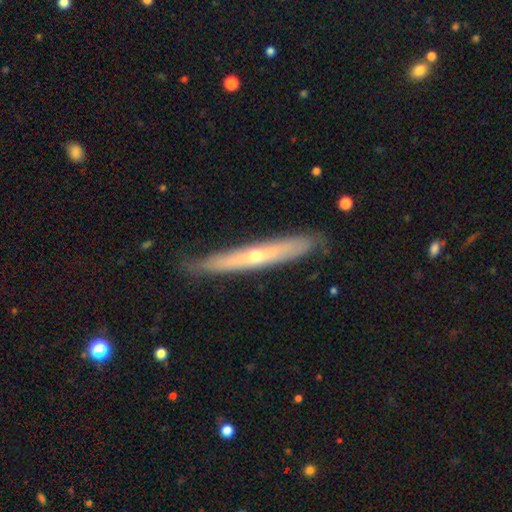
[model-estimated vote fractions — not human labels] The model was most divided on "smooth or featured": featured or disk: 63%, smooth: 31%, star or artifact: 6%. More confident: edge-on disk — yes (87%); merging — none (82%); edge-on bulge — rounded (70%).